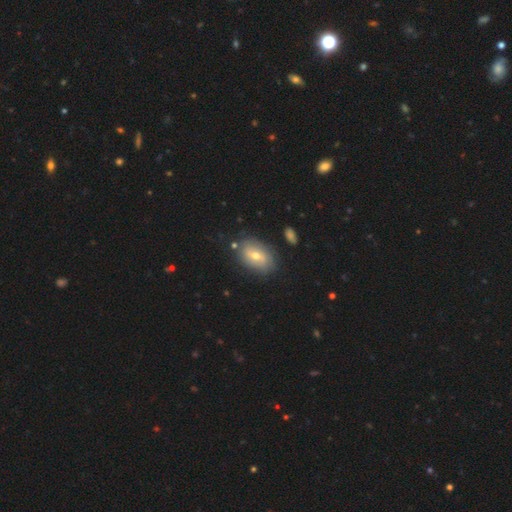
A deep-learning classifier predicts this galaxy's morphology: This appears to be a smooth galaxy with no disk features (53%) that is in between round and cigar-shaped (86%). Merging: none (77%).